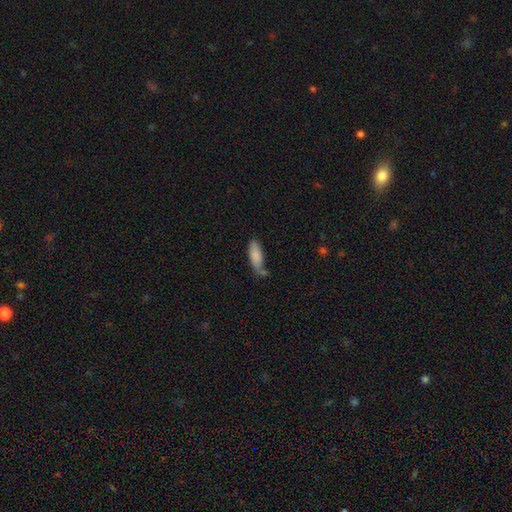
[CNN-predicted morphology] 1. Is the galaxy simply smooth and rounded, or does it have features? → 85% smooth, 9% featured or disk, 7% star or artifact.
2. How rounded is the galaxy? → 68% in between, 30% cigar-shaped, 2% round.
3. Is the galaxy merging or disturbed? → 53% none, 25% minor disturbance, 14% merger, 7% major disturbance.